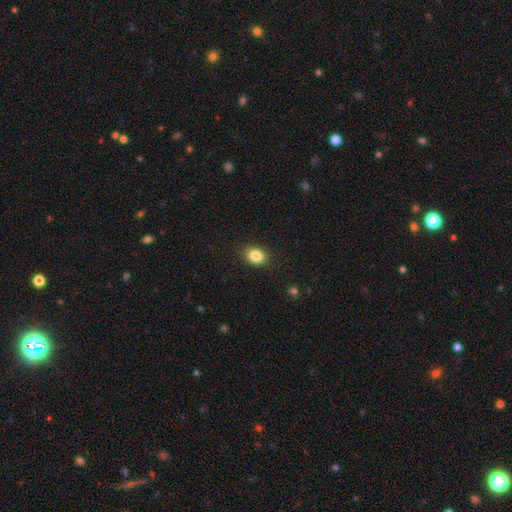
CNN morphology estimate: Smooth or featured: smooth — 86% (star or artifact — 9%)
How rounded: in between — 68% (round — 31%)
Merging: none — 88% (minor disturbance — 8%)